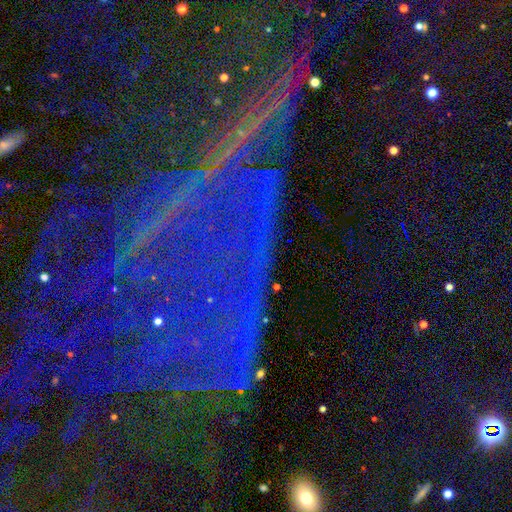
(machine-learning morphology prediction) Q: Smooth or featured?
A: star or artifact (85%); runner-up: featured or disk (8%)